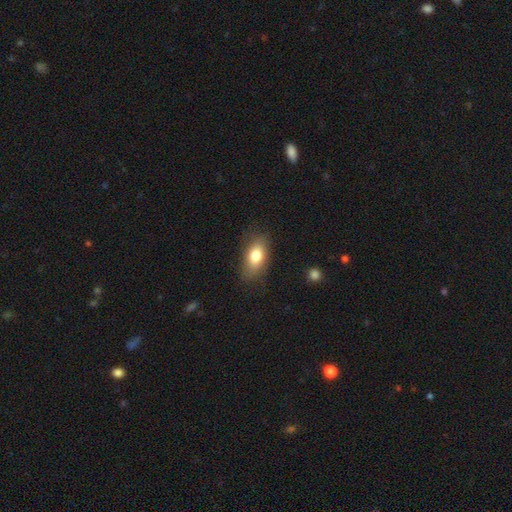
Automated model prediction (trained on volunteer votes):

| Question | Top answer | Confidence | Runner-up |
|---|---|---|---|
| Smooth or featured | smooth | 78% | featured or disk (14%) |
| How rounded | in between | 87% | round (7%) |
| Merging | none | 80% | minor disturbance (15%) |